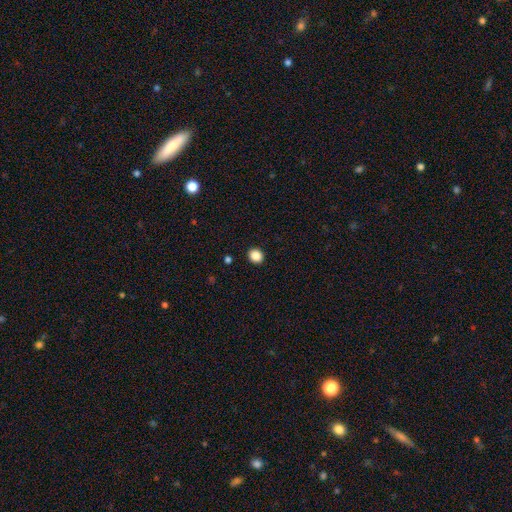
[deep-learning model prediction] Morphology: type=smooth (87%); roundness=round (75%); merging=none (92%).